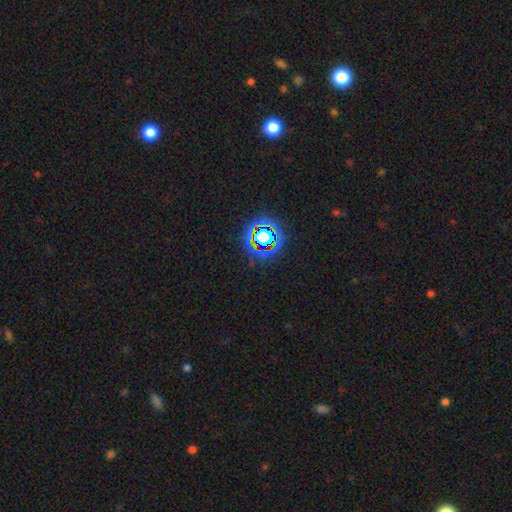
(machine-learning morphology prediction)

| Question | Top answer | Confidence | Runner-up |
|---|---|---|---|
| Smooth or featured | star or artifact | 72% | smooth (20%) |